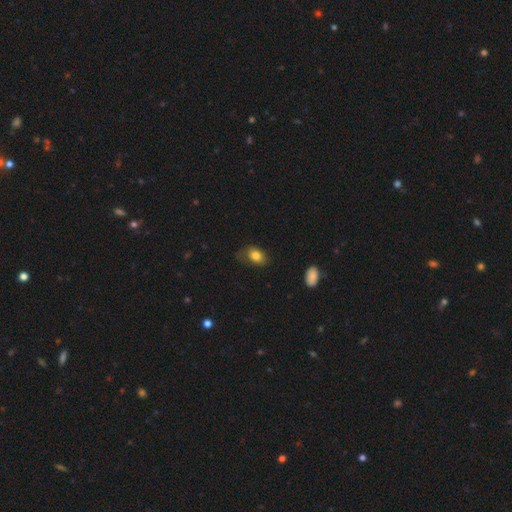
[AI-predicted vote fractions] Smooth or featured: smooth — 81% (featured or disk — 10%)
How rounded: in between — 77% (round — 22%)
Merging: none — 58% (minor disturbance — 29%)